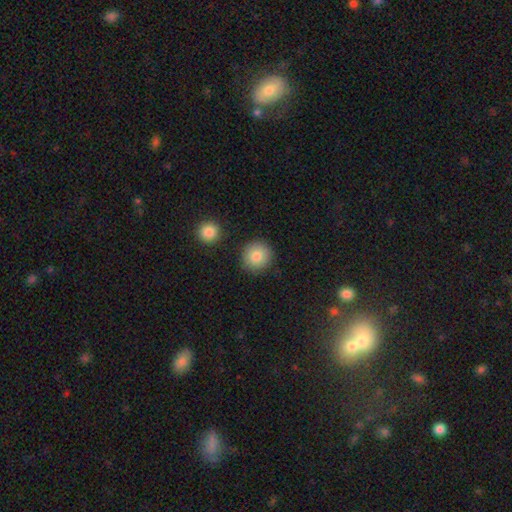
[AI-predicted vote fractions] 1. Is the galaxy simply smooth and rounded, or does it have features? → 84% smooth, 8% star or artifact, 8% featured or disk.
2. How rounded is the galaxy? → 93% round, 6% in between, 1% cigar-shaped.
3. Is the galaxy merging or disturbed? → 86% none, 7% minor disturbance, 4% merger, 2% major disturbance.